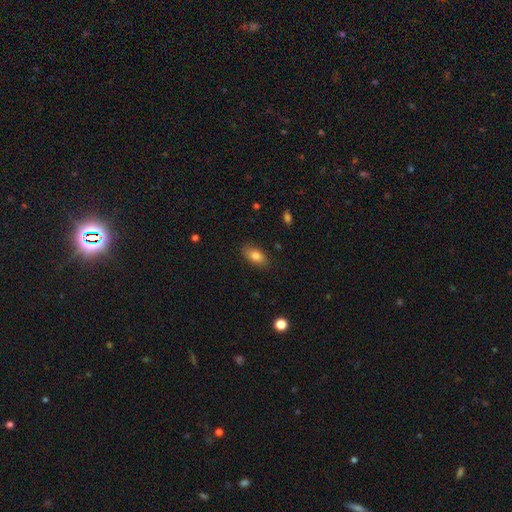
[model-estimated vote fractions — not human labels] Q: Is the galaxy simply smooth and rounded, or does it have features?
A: smooth — 82%.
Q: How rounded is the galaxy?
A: in between — 89%.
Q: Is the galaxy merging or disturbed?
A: none — 85%.